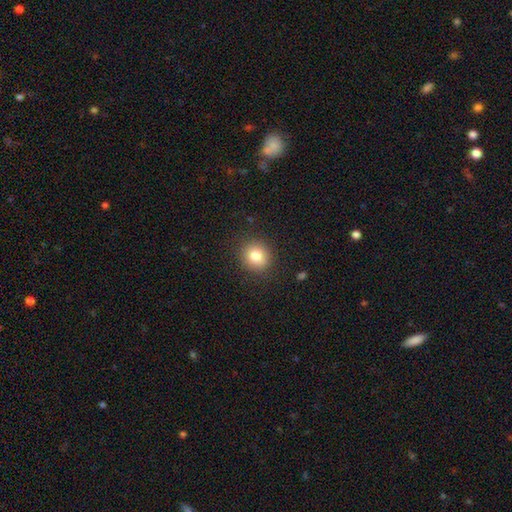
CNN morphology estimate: Q: Smooth or featured?
A: smooth (81%); runner-up: star or artifact (11%)
Q: How rounded?
A: round (88%); runner-up: in between (11%)
Q: Merging?
A: none (89%); runner-up: minor disturbance (8%)